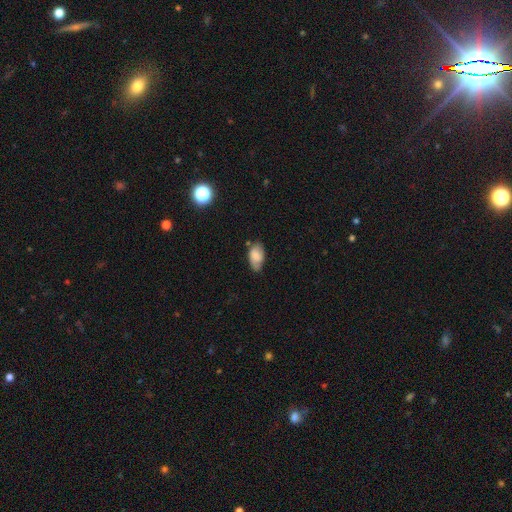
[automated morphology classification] smooth_or_featured: smooth (p=0.76) [alt: featured or disk p=0.16]
how_rounded: in between (p=0.93) [alt: round p=0.05]
merging: none (p=0.60) [alt: minor disturbance p=0.31]